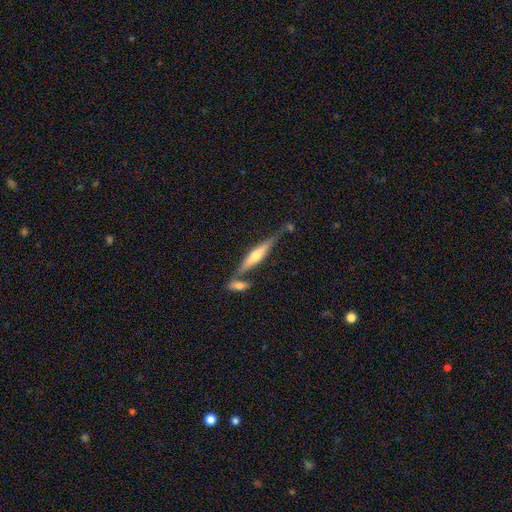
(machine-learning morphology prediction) The model was most divided on "smooth or featured": featured or disk: 58%, smooth: 36%, star or artifact: 6%. More confident: edge-on disk — yes (94%); edge-on bulge — rounded (83%); merging — none (59%).